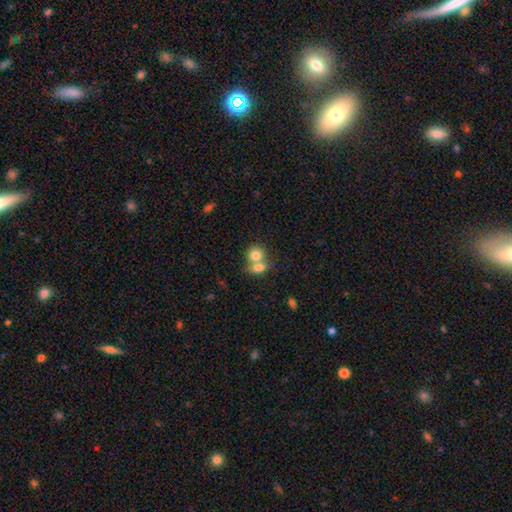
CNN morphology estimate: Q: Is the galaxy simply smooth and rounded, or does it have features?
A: smooth — 79%.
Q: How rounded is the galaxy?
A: round — 62%.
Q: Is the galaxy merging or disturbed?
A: merger — 62%.